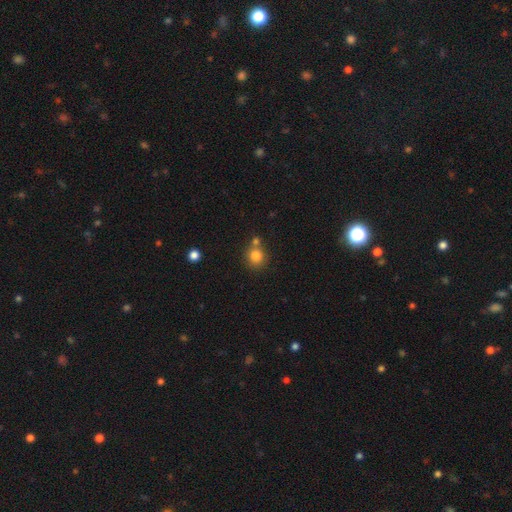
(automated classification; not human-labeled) The model was most divided on "merging": none: 63%, merger: 25%, minor disturbance: 9%, major disturbance: 3%. More confident: how rounded — round (87%); smooth or featured — smooth (82%).